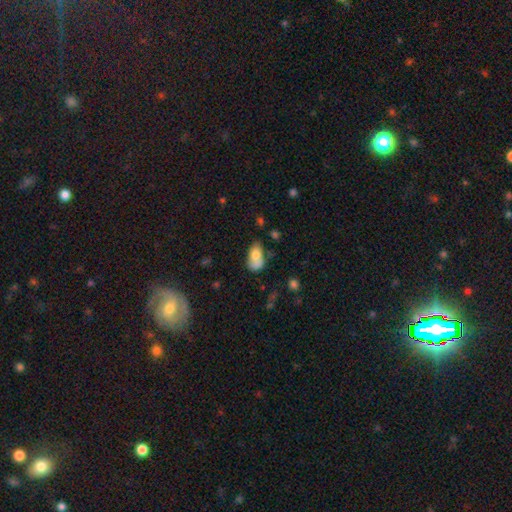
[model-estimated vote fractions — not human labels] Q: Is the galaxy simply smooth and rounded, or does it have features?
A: smooth — 74%.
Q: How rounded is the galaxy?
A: in between — 90%.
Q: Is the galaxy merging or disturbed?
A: none — 35%.